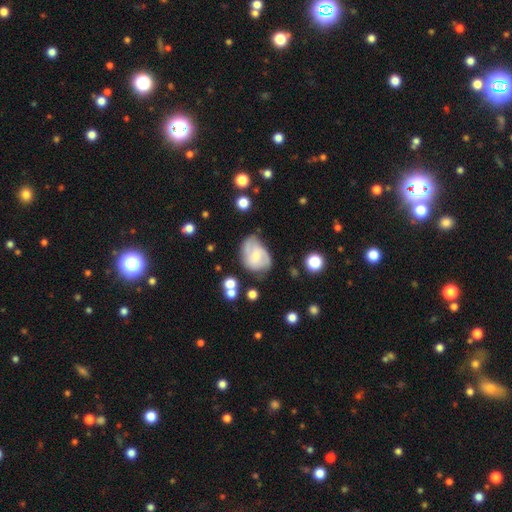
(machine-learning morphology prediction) A featured or disk galaxy (59%) with no bar (51%), spiral arms (83%) and a moderate central bulge (46%, tied with small). Merging: none (51%).